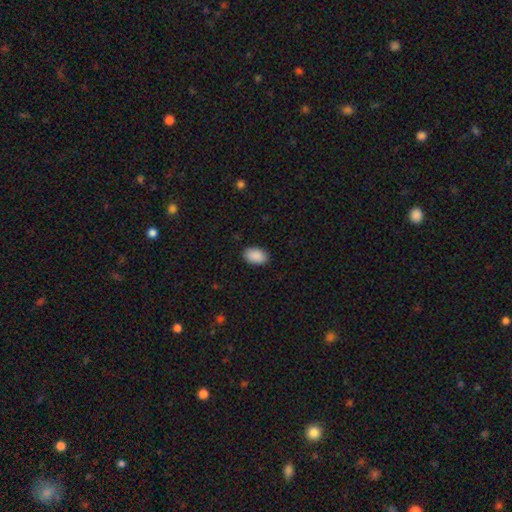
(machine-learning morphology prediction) smooth-or-featured: smooth: 91% | star or artifact: 7% | featured or disk: 3%
  how-rounded: in between: 91% | round: 8% | cigar-shaped: 1%
  merging: none: 88% | minor disturbance: 9% | major disturbance: 2% | merger: 1%